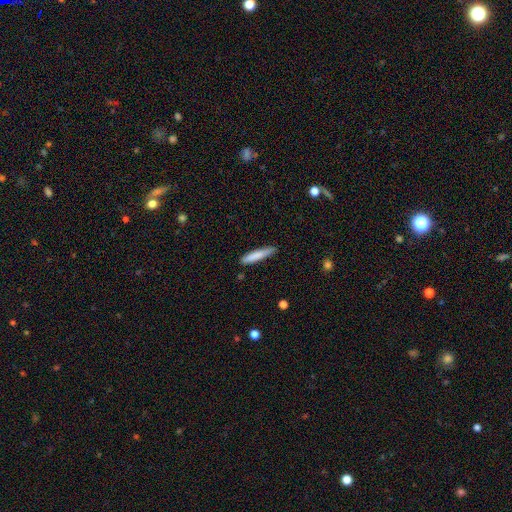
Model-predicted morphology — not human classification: Smooth or featured? Predicted: smooth (p=0.81). How rounded? Predicted: cigar-shaped (p=0.91). Merging? Predicted: none (p=0.85).